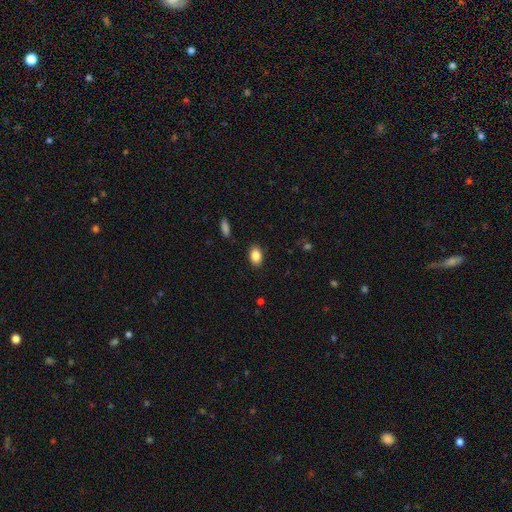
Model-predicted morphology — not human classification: smooth 86%, star or artifact 8%, featured or disk 5%. Down the decision tree: how rounded — in between (84%); merging — none (88%).